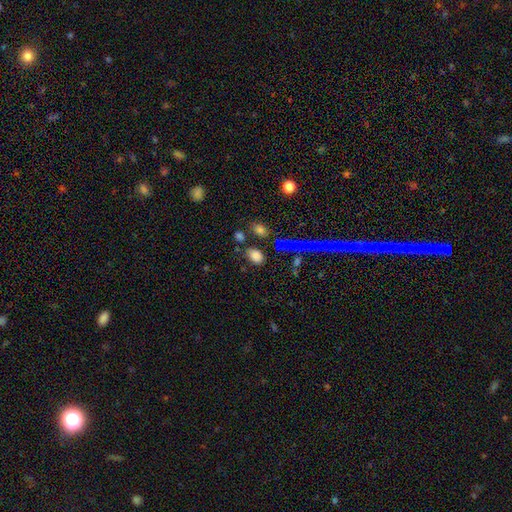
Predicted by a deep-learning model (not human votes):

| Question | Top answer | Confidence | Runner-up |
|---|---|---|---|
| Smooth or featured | smooth | 82% | star or artifact (11%) |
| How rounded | in between | 78% | round (20%) |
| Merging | none | 72% | minor disturbance (14%) |